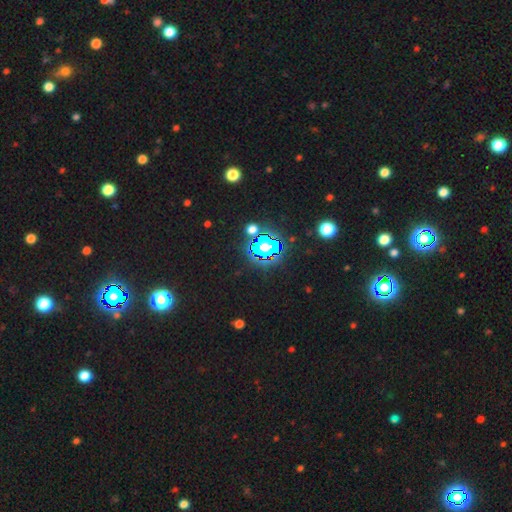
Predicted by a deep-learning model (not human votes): Overall: star or artifact (81%).